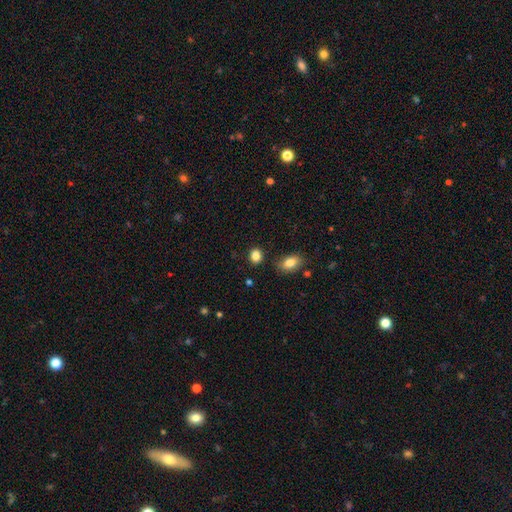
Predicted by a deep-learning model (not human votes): Smooth or featured? smooth (85%)
How rounded? round (59%)
Merging? none (83%)